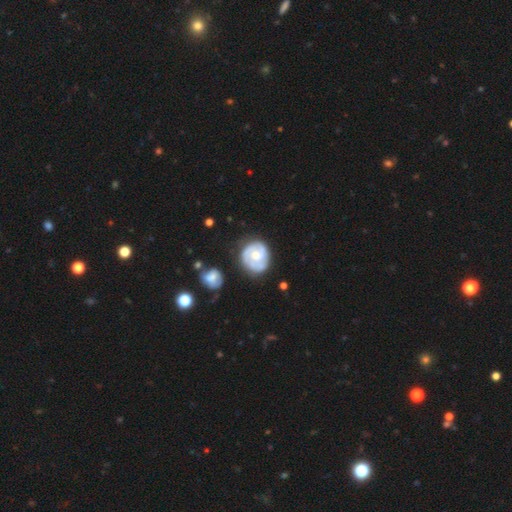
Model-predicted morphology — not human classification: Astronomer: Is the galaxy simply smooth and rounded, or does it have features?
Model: featured or disk — 66%.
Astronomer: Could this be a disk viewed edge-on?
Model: no — 98%.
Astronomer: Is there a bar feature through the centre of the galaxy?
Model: no — 78%.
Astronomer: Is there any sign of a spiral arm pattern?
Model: yes — 81%.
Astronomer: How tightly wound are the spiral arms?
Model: tight — 61%.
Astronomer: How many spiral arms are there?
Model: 2 — 39% (runner-up: can't tell, 29%).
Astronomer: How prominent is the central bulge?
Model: moderate — 63%.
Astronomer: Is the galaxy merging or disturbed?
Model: none — 66%.